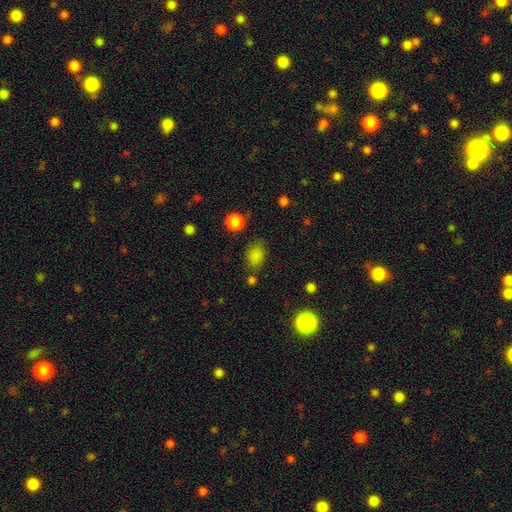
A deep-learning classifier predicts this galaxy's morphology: type=smooth (82%); roundness=in between (70%); merging=none (73%).